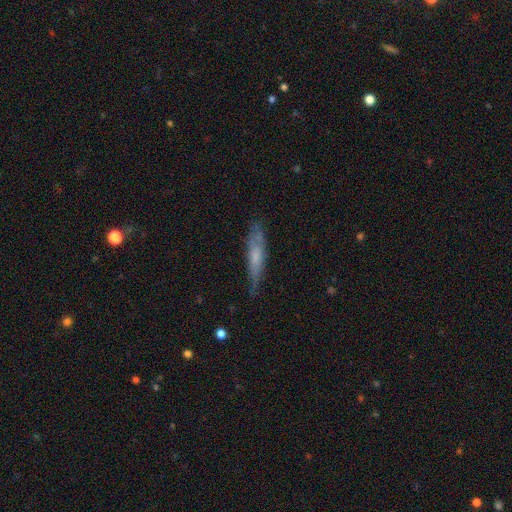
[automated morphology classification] Overall: smooth (50%; featured or disk 43%). Merging: none (66%).